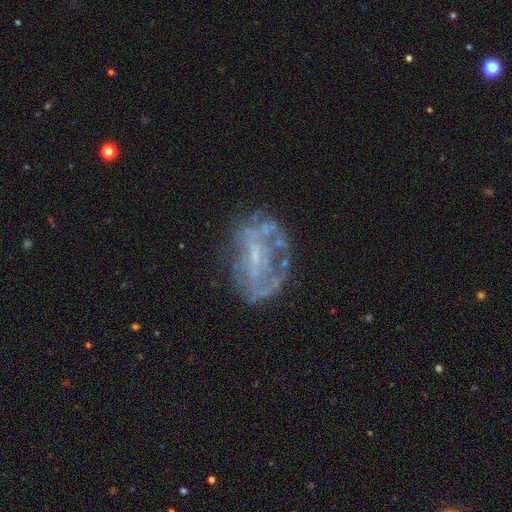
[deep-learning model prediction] Smooth or featured? featured or disk (71%)
Edge-on disk? no (97%)
Bar? no (53%)
Spiral arms? no (56%)
Bulge size? small (46%)
Merging? none (53%)